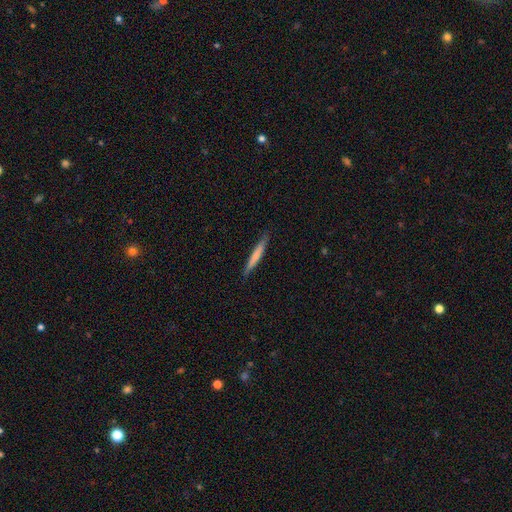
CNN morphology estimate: This appears to be a smooth galaxy with no disk features (67%) that is cigar-shaped (96%). Merging: none (89%).